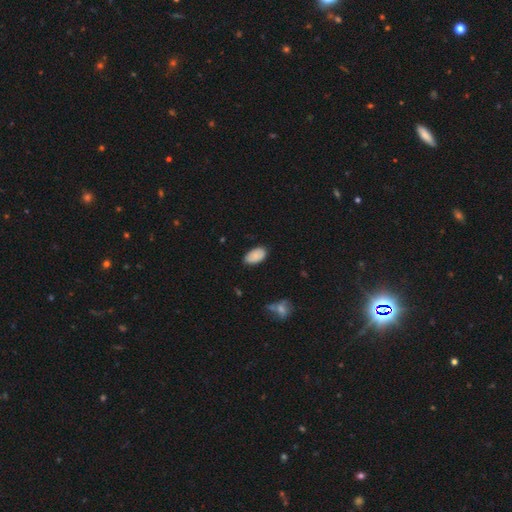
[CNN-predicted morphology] smooth 83%, featured or disk 10%, star or artifact 7%. Down the decision tree: how rounded — in between (95%); merging — none (75%).